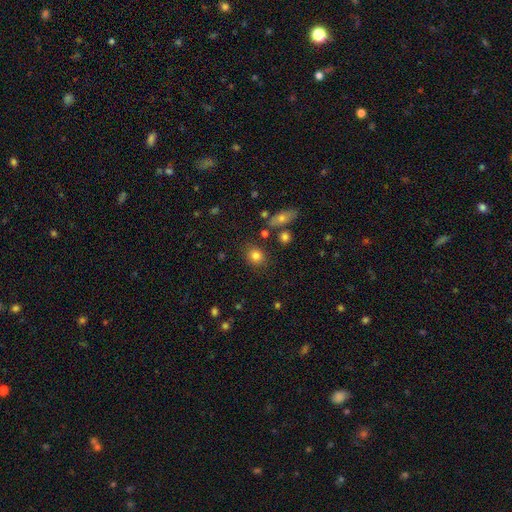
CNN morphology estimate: Smooth or featured? Predicted: smooth (p=0.81). How rounded? Predicted: round (p=0.63). Merging? Predicted: none (p=0.82).